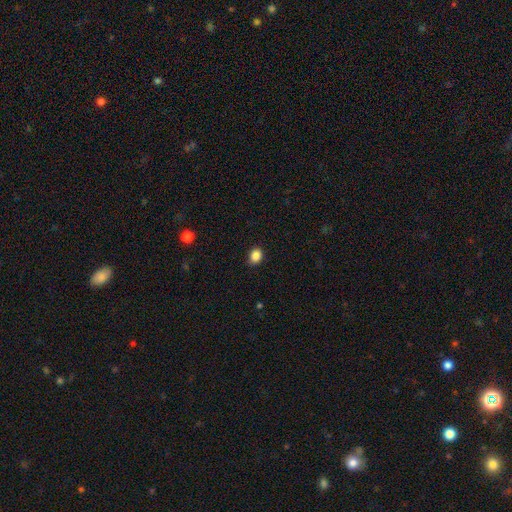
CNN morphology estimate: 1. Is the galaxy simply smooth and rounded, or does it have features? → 87% smooth, 10% star or artifact, 3% featured or disk.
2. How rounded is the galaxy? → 58% round, 41% in between, 1% cigar-shaped.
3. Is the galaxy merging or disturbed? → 85% none, 12% minor disturbance, 2% major disturbance, 1% merger.